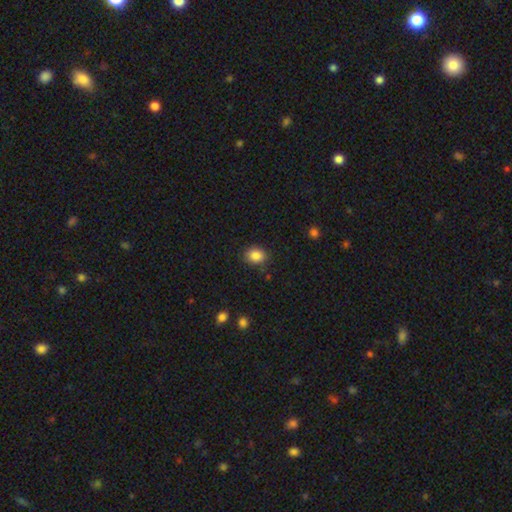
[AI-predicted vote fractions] A smooth galaxy with no disk features (86%) that is round (50%). Merging: none (83%).